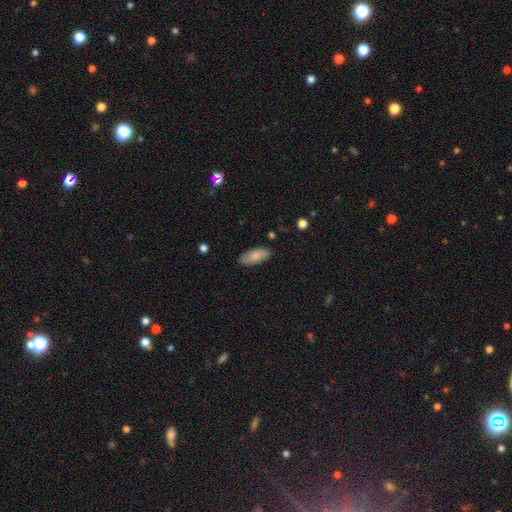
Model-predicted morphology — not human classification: Smooth or featured? smooth (85%)
How rounded? in between (83%)
Merging? none (86%)